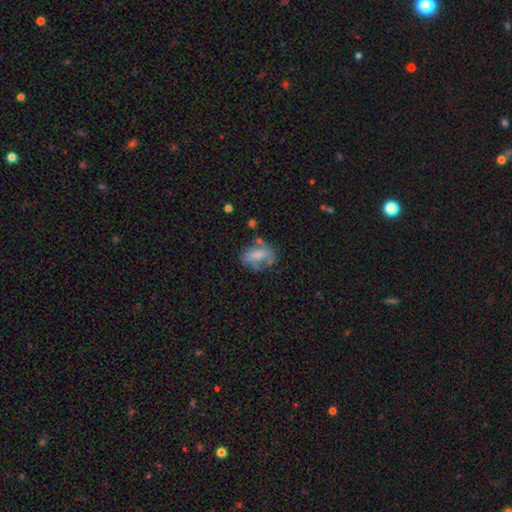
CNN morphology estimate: Smooth or featured? Predicted: smooth (p=0.54). How rounded? Predicted: in between (p=0.79). Merging? Predicted: none (p=0.53).